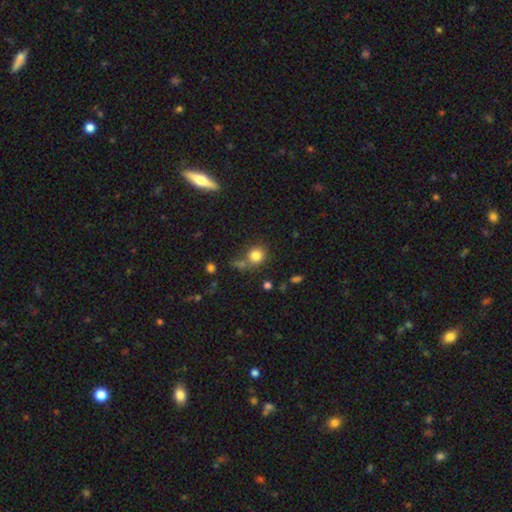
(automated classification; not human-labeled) Smooth or featured?
  - smooth: 82% *
  - star or artifact: 12%
  - featured or disk: 7%
How rounded?
  - round: 86% *
  - in between: 12%
  - cigar-shaped: 1%
Merging?
  - none: 65% *
  - merger: 17%
  - minor disturbance: 12%
  - major disturbance: 6%